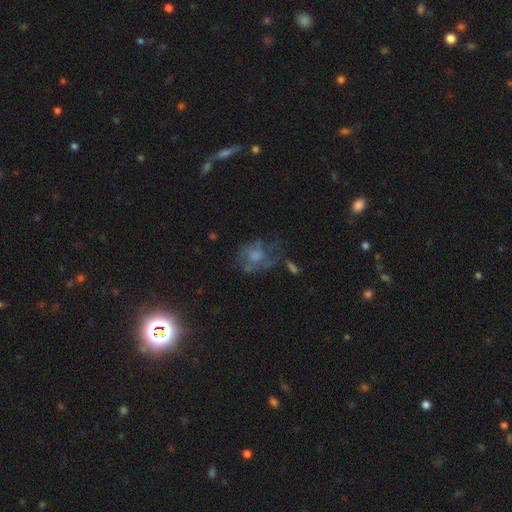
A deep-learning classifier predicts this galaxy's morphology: A smooth galaxy with no disk features (48%). Merging: none (37%).